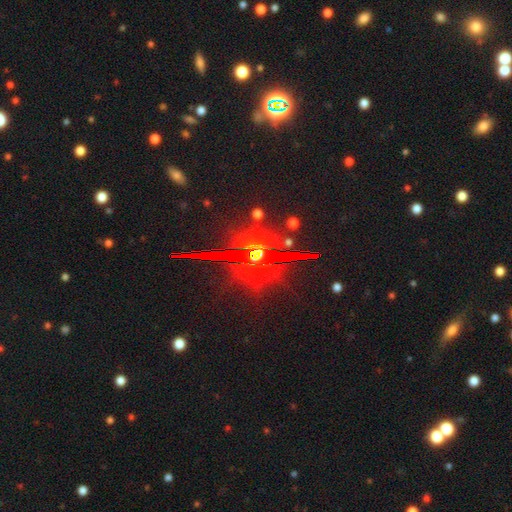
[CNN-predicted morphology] Smooth or featured: star or artifact — 70% (featured or disk — 16%)